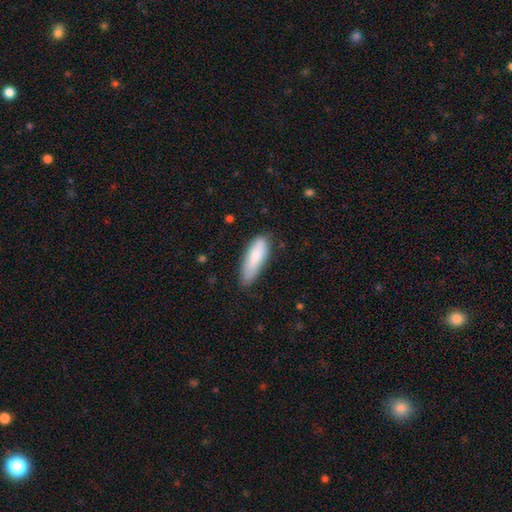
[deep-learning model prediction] This is clearly a smooth galaxy (82%). How rounded: possibly in between (52%). Merging: likely none (70%).